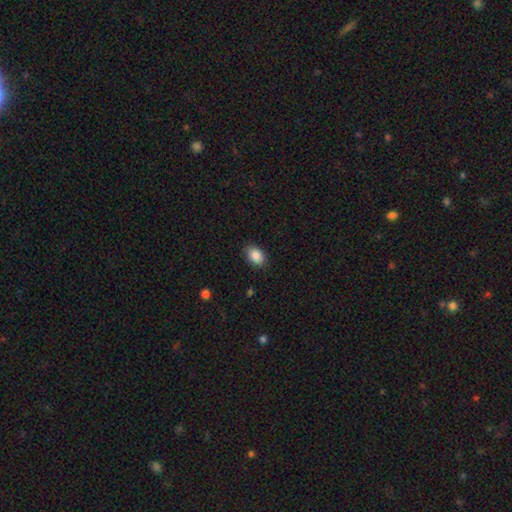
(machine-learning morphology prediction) smooth_or_featured: smooth (p=0.87) [alt: star or artifact p=0.08]
how_rounded: in between (p=0.83) [alt: round p=0.16]
merging: none (p=0.87) [alt: minor disturbance p=0.10]